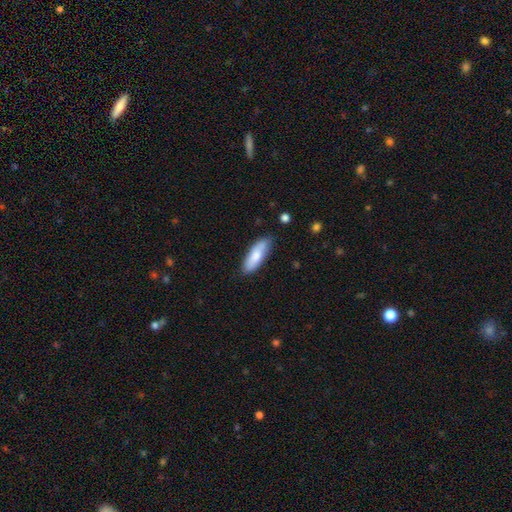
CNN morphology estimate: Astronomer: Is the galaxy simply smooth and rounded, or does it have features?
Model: smooth — 78%.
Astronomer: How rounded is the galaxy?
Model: in between — 62% (runner-up: cigar-shaped, 37%).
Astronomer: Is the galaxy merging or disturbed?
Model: none — 79%.